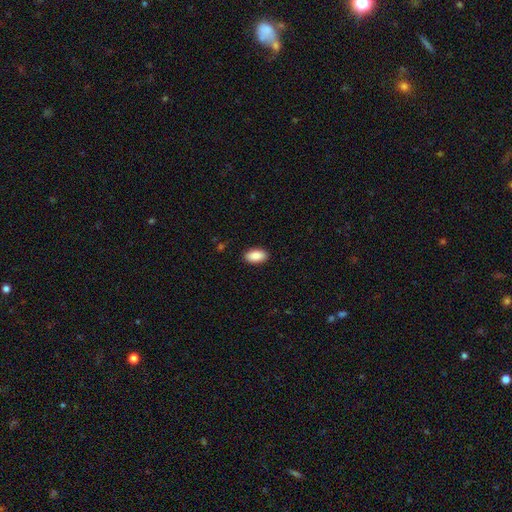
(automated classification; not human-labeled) Smooth or featured?
  - smooth: 88% *
  - star or artifact: 7%
  - featured or disk: 5%
How rounded?
  - in between: 94% *
  - cigar-shaped: 3%
  - round: 3%
Merging?
  - none: 90% *
  - minor disturbance: 8%
  - major disturbance: 2%
  - merger: 1%